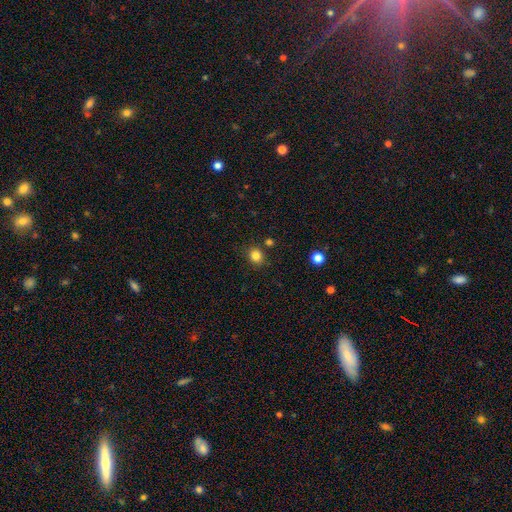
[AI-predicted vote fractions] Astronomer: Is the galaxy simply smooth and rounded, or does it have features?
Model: smooth — 83%.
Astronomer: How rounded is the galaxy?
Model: round — 74%.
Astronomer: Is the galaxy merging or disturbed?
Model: none — 84%.